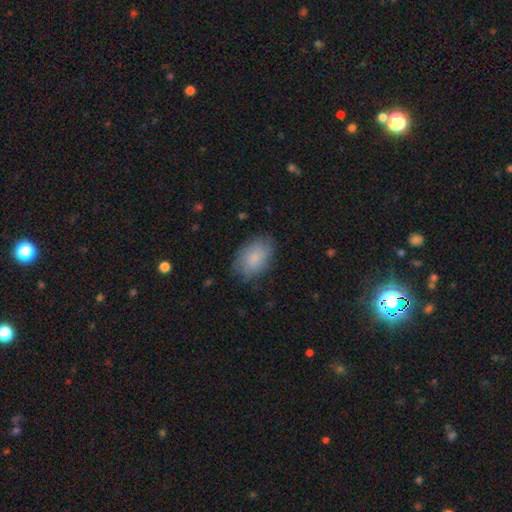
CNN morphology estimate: A smooth galaxy with no disk features (76%) that is in between round and cigar-shaped (86%).

Vote fractions:
- Smooth or featured? smooth: 76% / featured or disk: 17% / star or artifact: 7%
- How rounded? in between: 86% / round: 12% / cigar-shaped: 1%
- Merging? none: 75% / minor disturbance: 19% / major disturbance: 5% / merger: 1%